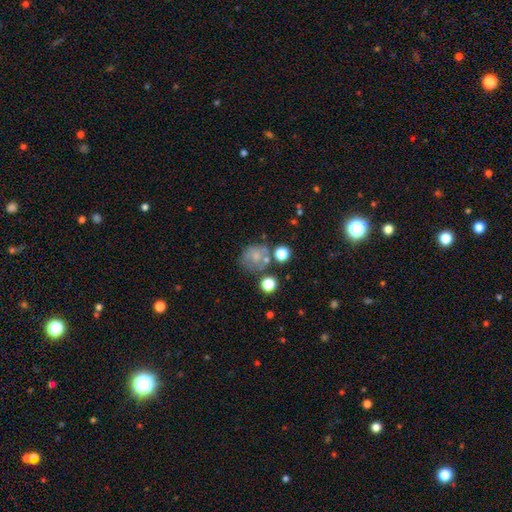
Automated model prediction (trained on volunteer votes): Smooth or featured? Predicted: smooth (p=0.57). How rounded? Predicted: round (p=0.73). Merging? Predicted: none (p=0.50).